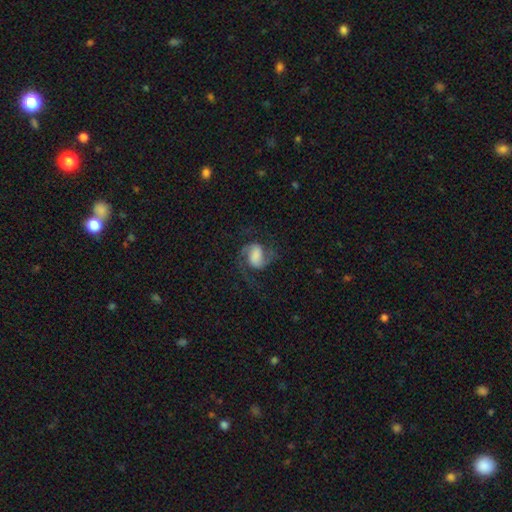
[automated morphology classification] Q: Smooth or featured?
A: featured or disk (79%); runner-up: smooth (14%)
Q: Edge-on disk?
A: no (98%); runner-up: yes (2%)
Q: Bar?
A: weak (42%); runner-up: no (35%)
Q: Spiral arms?
A: yes (96%); runner-up: no (4%)
Q: Spiral winding?
A: medium (53%); runner-up: loose (33%)
Q: Spiral arm count?
A: 2 (92%); runner-up: can't tell (2%)
Q: Bulge size?
A: large (32%); runner-up: none (27%)
Q: Merging?
A: none (68%); runner-up: major disturbance (15%)